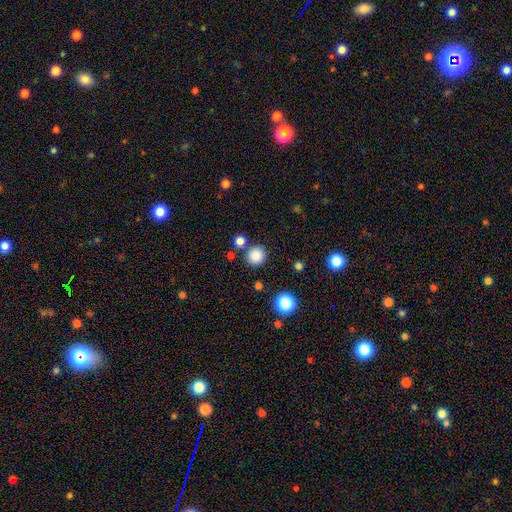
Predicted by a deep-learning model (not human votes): A smooth galaxy with no disk features (84%) that is round (94%).

Vote fractions:
- Smooth or featured? smooth: 84% / star or artifact: 12% / featured or disk: 4%
- How rounded? round: 94% / in between: 5% / cigar-shaped: 1%
- Merging? none: 84% / minor disturbance: 7% / merger: 6% / major disturbance: 3%